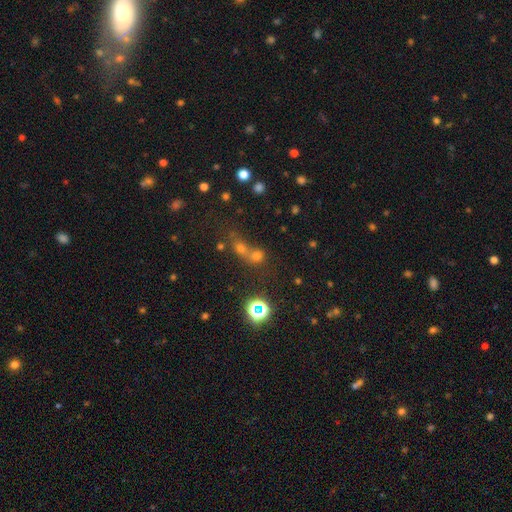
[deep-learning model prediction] smooth_or_featured: smooth (p=0.51) [alt: star or artifact p=0.35]
how_rounded: round (p=0.76) [alt: in between p=0.21]
merging: merger (p=0.54) [alt: none p=0.34]